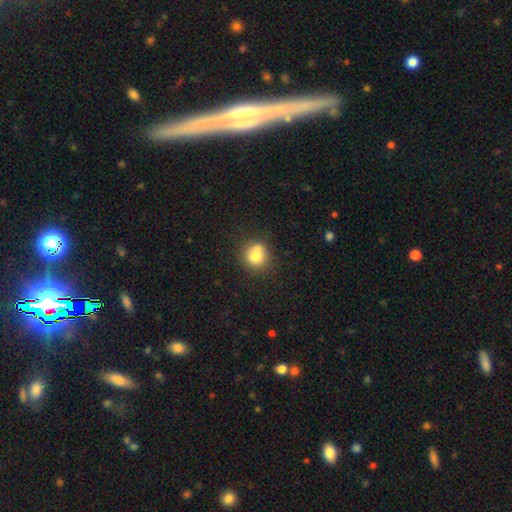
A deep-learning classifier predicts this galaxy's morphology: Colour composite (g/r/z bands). It shows a smooth galaxy with no disk features (76%) that is round (83%). Merging: none (59%).